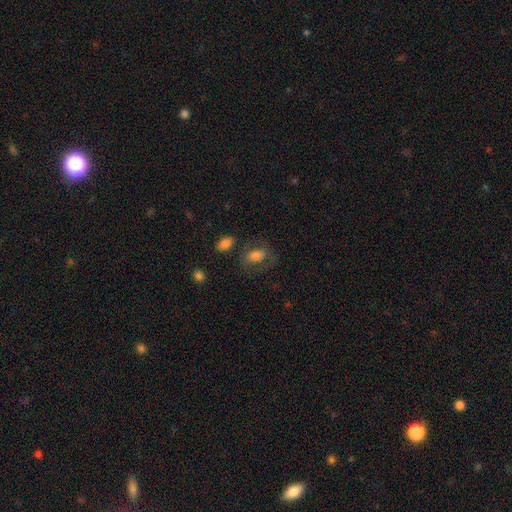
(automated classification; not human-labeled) Smooth or featured?
  - smooth: 65% *
  - featured or disk: 26%
  - star or artifact: 9%
How rounded?
  - in between: 79% *
  - round: 19%
  - cigar-shaped: 2%
Merging?
  - none: 57% *
  - minor disturbance: 19%
  - major disturbance: 18%
  - merger: 6%